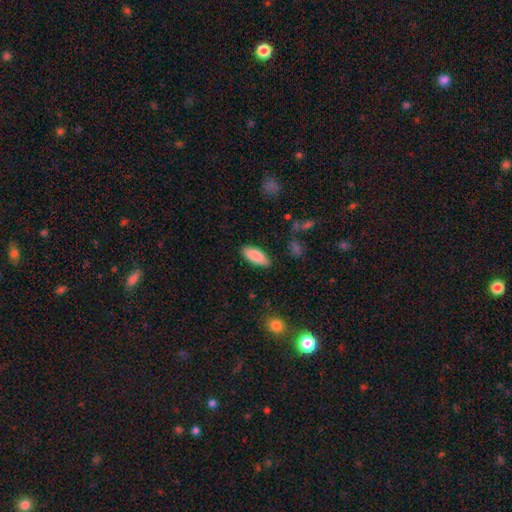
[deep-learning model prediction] A smooth galaxy with no disk features (88%) that is in between round and cigar-shaped (84%).

Vote fractions:
- Smooth or featured? smooth: 88% / featured or disk: 6% / star or artifact: 6%
- How rounded? in between: 84% / cigar-shaped: 14% / round: 2%
- Merging? none: 85% / minor disturbance: 11% / major disturbance: 3% / merger: 1%